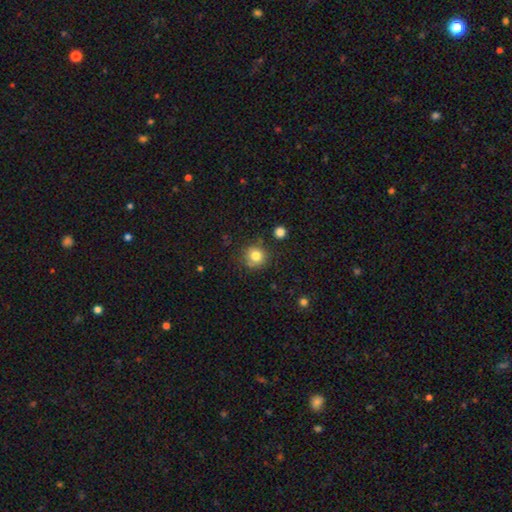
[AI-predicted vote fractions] Morphology: type=smooth (81%); roundness=round (91%); merging=none (80%).